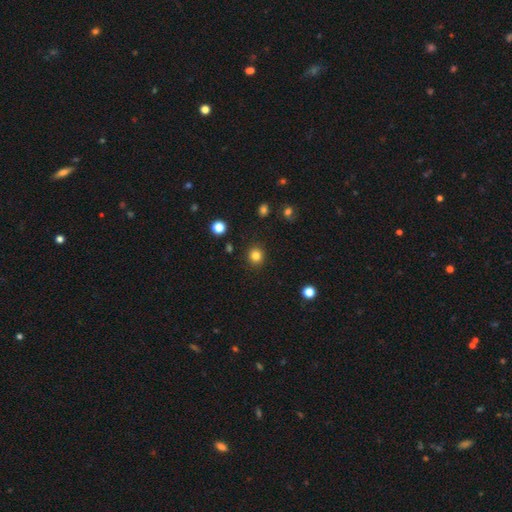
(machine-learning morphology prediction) This appears to be a smooth galaxy with no disk features (82%) that is round (89%). Merging: none (90%).